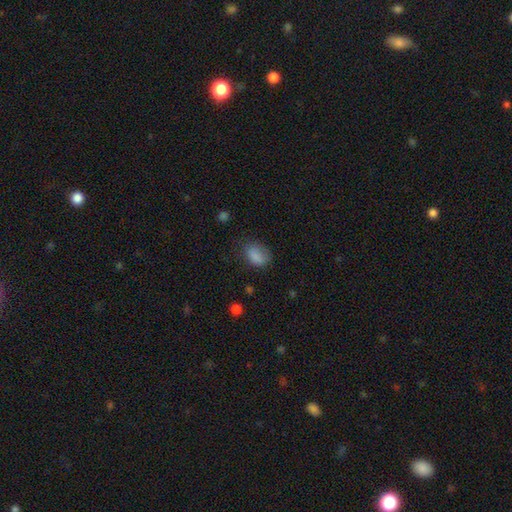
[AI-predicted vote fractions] Overall: smooth (84%). How rounded: in between (78%). Merging: none (63%; minor disturbance 26%).